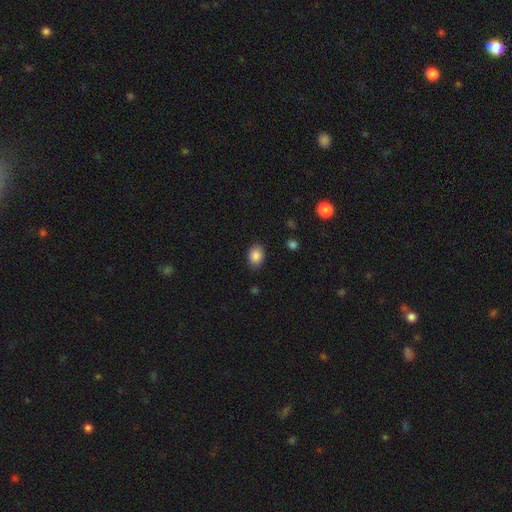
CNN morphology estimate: Smooth or featured: smooth — 87% (star or artifact — 9%)
How rounded: in between — 70% (round — 29%)
Merging: none — 85% (minor disturbance — 11%)